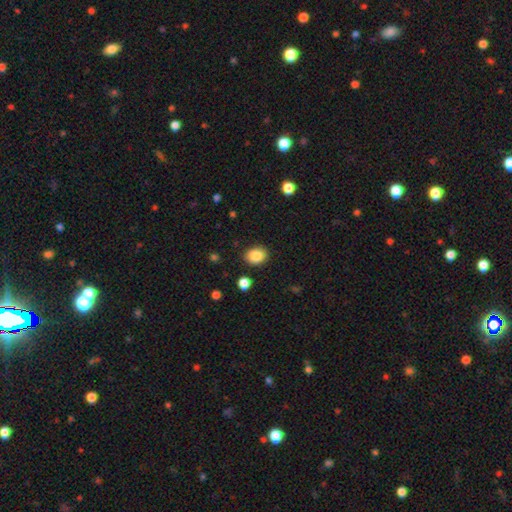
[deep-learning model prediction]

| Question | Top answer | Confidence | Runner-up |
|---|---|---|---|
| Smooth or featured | smooth | 87% | star or artifact (9%) |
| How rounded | in between | 53% | round (46%) |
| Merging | none | 86% | minor disturbance (9%) |